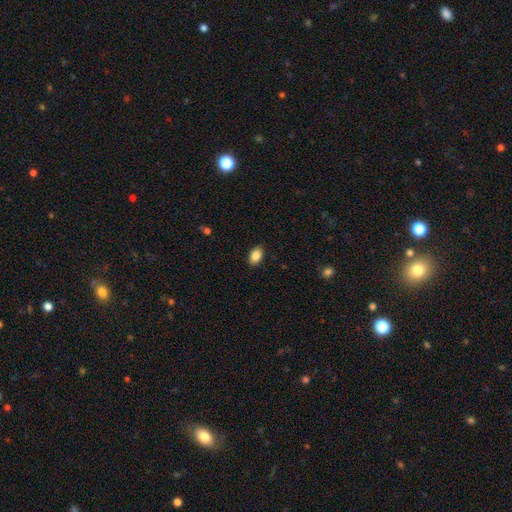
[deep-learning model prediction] smooth 87%, star or artifact 8%, featured or disk 5%. Down the decision tree: how rounded — in between (89%); merging — none (88%).